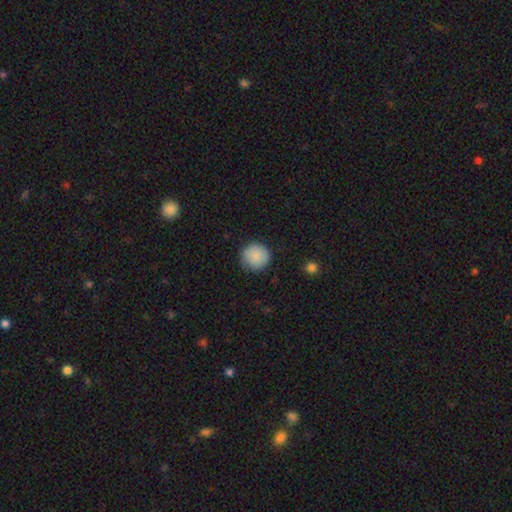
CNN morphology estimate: Q: Smooth or featured?
A: smooth (88%); runner-up: star or artifact (7%)
Q: How rounded?
A: round (94%); runner-up: in between (5%)
Q: Merging?
A: none (85%); runner-up: minor disturbance (11%)